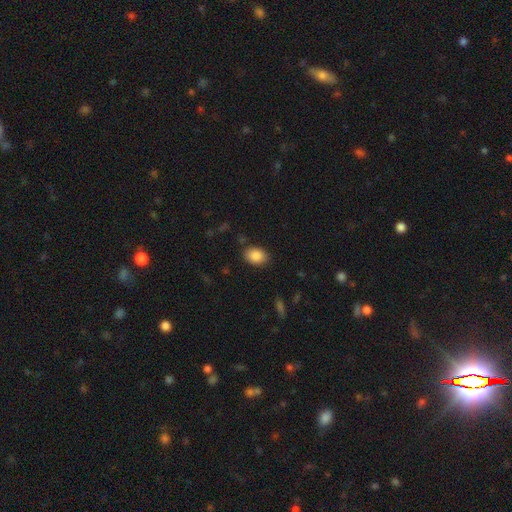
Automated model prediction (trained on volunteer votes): smooth_or_featured: smooth (p=0.87) [alt: star or artifact p=0.08]
how_rounded: in between (p=0.79) [alt: round p=0.20]
merging: none (p=0.85) [alt: minor disturbance p=0.11]